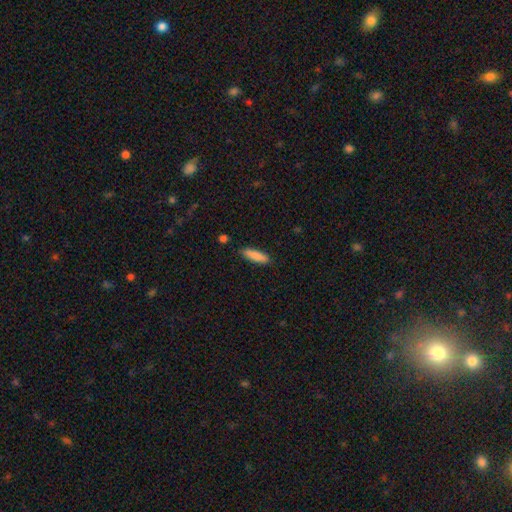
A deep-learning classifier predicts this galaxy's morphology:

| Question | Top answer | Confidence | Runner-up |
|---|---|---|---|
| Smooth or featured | smooth | 87% | featured or disk (7%) |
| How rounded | cigar-shaped | 67% | in between (31%) |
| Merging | none | 87% | minor disturbance (9%) |